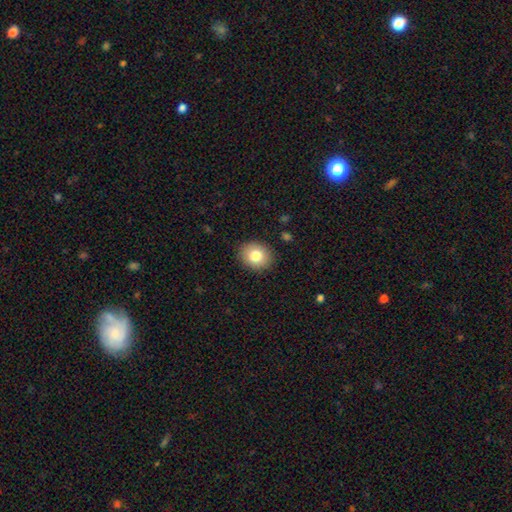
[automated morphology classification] Smooth or featured? smooth (81%)
How rounded? round (59%)
Merging? none (89%)